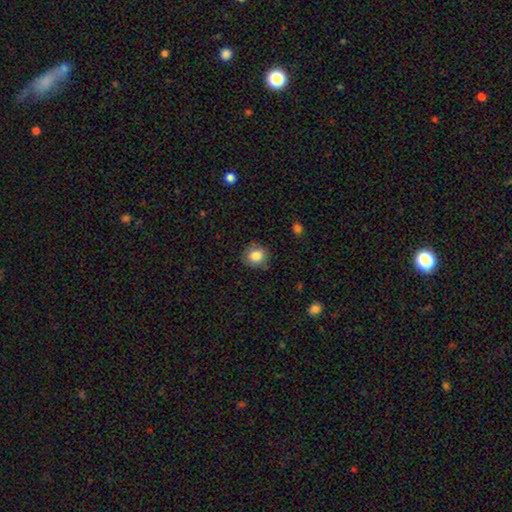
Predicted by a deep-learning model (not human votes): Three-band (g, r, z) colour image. It shows a smooth galaxy with no disk features (82%) that is round (80%). Merging: none (82%).